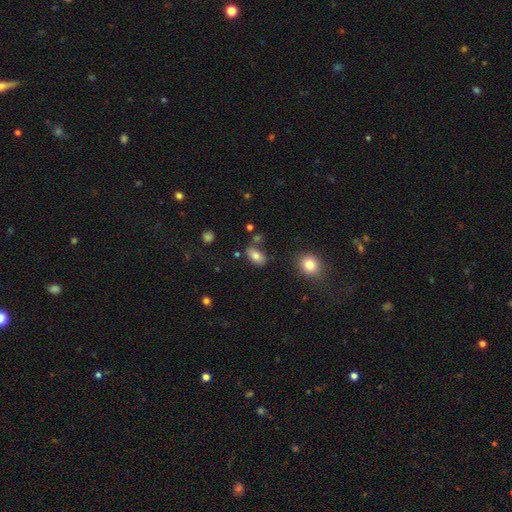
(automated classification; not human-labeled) Smooth or featured? Predicted: smooth (p=0.79). How rounded? Predicted: in between (p=0.90). Merging? Predicted: none (p=0.74).